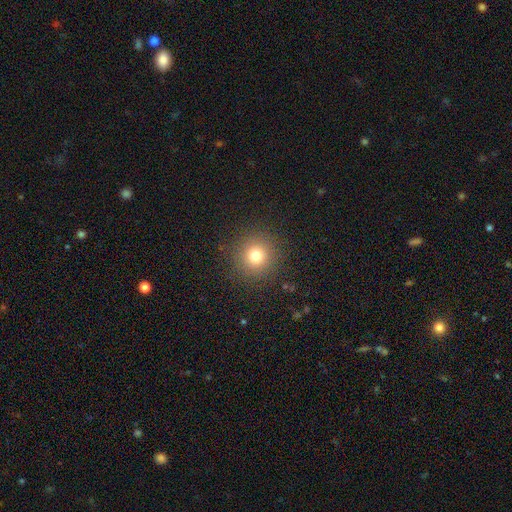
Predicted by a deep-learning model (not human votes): smooth-or-featured: smooth: 77% | star or artifact: 15% | featured or disk: 8%
  how-rounded: round: 94% | in between: 5% | cigar-shaped: 1%
  merging: none: 90% | minor disturbance: 6% | major disturbance: 3% | merger: 1%